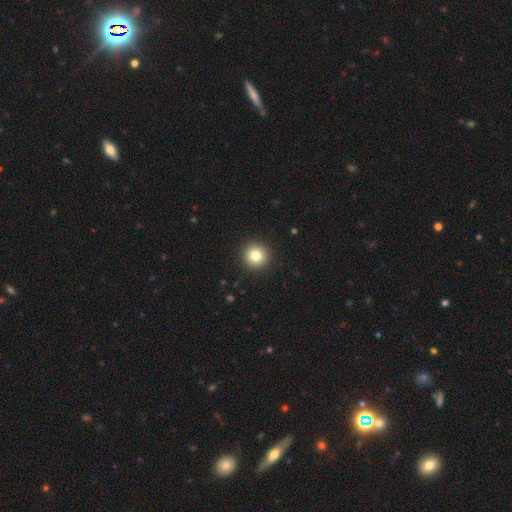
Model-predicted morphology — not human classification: This is clearly a smooth galaxy (81%). How rounded: clearly round (96%). Merging: clearly none (92%).